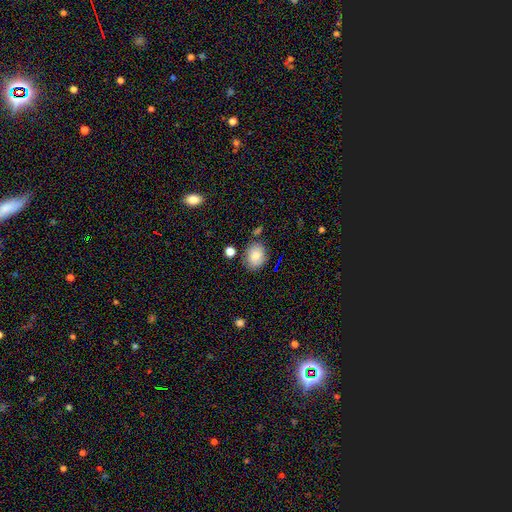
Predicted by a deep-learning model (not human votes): smooth_or_featured: smooth (p=0.81) [alt: featured or disk p=0.09]
how_rounded: in between (p=0.49) [tied with: round p=0.49]
merging: none (p=0.76) [alt: minor disturbance p=0.15]